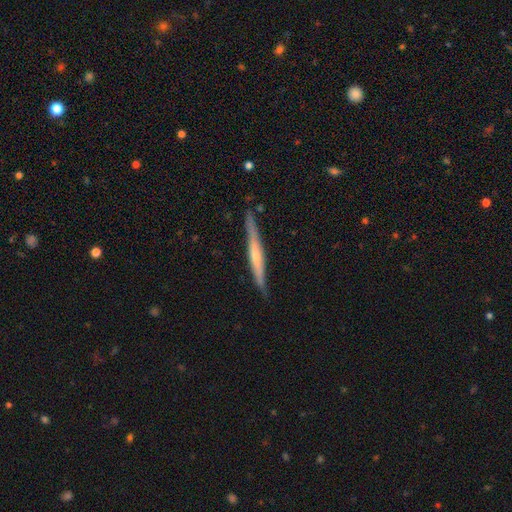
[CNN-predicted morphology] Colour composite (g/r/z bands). It shows a featured or disk galaxy (60%) viewed edge-on (96%) with no central bulge (50%). Merging: none (85%).